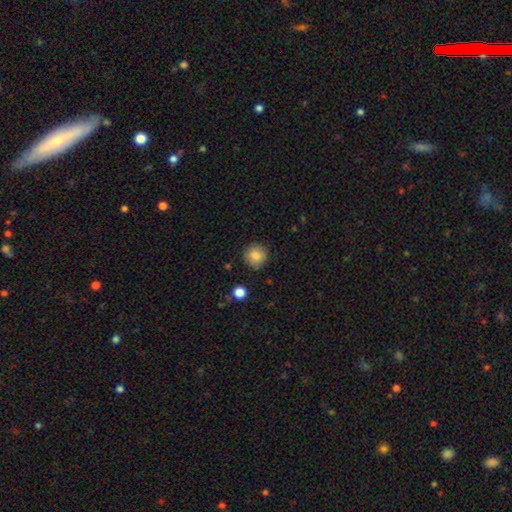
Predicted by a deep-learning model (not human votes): smooth_or_featured: smooth (p=0.84) [alt: star or artifact p=0.09]
how_rounded: round (p=0.94) [alt: in between p=0.05]
merging: none (p=0.89) [alt: minor disturbance p=0.08]